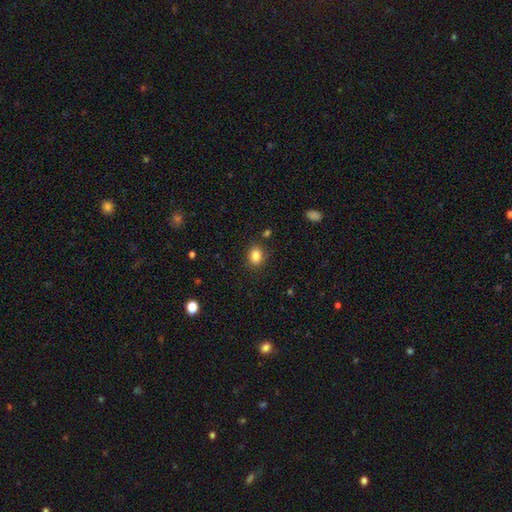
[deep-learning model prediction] A smooth galaxy with no disk features (85%) that is in between round and cigar-shaped (62%).

Vote fractions:
- Smooth or featured? smooth: 85% / star or artifact: 10% / featured or disk: 5%
- How rounded? in between: 62% / round: 37% / cigar-shaped: 1%
- Merging? none: 84% / minor disturbance: 11% / major disturbance: 3% / merger: 2%